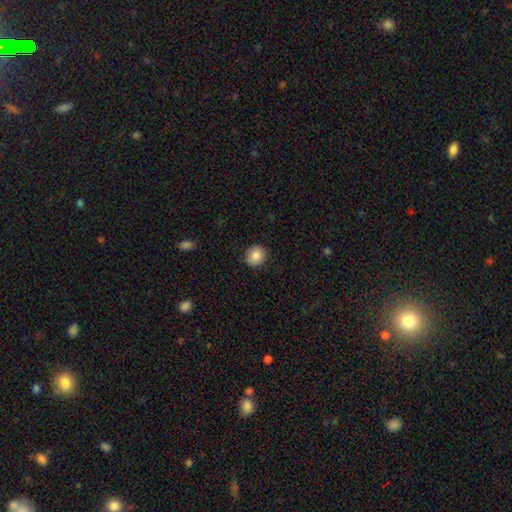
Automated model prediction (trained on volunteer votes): smooth-or-featured: smooth: 86% | star or artifact: 9% | featured or disk: 6%
  how-rounded: round: 85% | in between: 14% | cigar-shaped: 1%
  merging: none: 88% | minor disturbance: 9% | major disturbance: 2% | merger: 1%